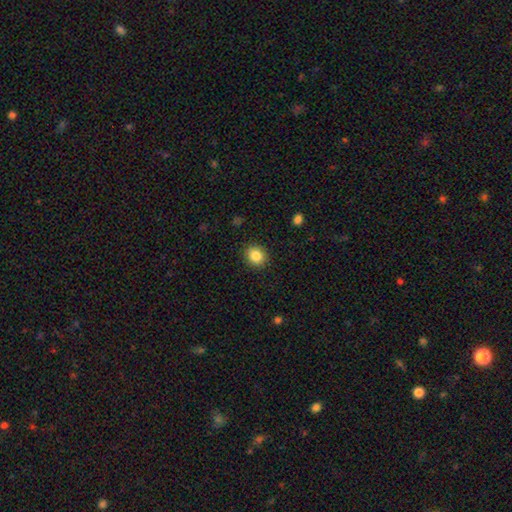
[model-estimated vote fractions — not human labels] Q: Smooth or featured?
A: smooth (85%); runner-up: star or artifact (10%)
Q: How rounded?
A: round (80%); runner-up: in between (20%)
Q: Merging?
A: none (90%); runner-up: minor disturbance (7%)